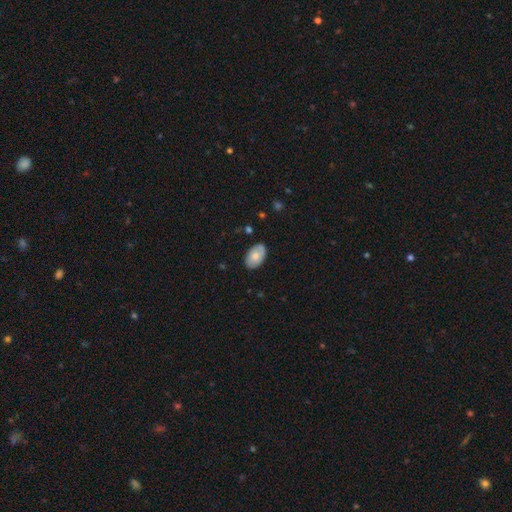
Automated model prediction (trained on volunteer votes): Smooth or featured? Predicted: smooth (p=0.73). How rounded? Predicted: in between (p=0.92). Merging? Predicted: none (p=0.81).